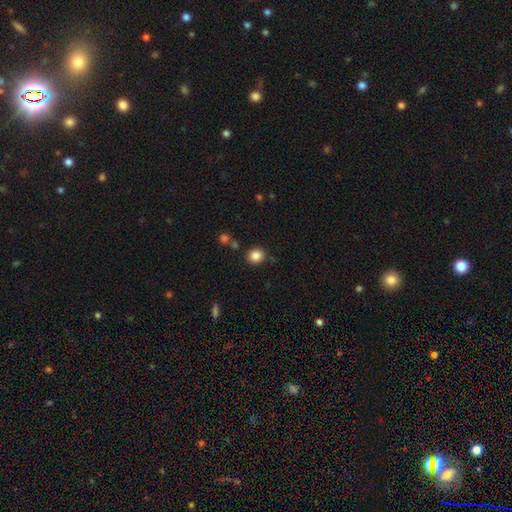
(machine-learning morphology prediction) A smooth galaxy with no disk features (85%) that is round (82%).

Vote fractions:
- Smooth or featured? smooth: 85% / star or artifact: 11% / featured or disk: 4%
- How rounded? round: 82% / in between: 17% / cigar-shaped: 1%
- Merging? none: 84% / minor disturbance: 9% / merger: 4% / major disturbance: 3%